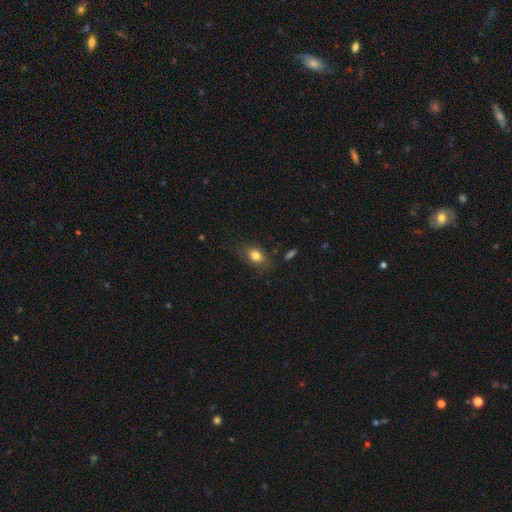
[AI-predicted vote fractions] Smooth or featured: smooth — 81% (featured or disk — 10%)
How rounded: in between — 76% (round — 21%)
Merging: none — 76% (minor disturbance — 17%)